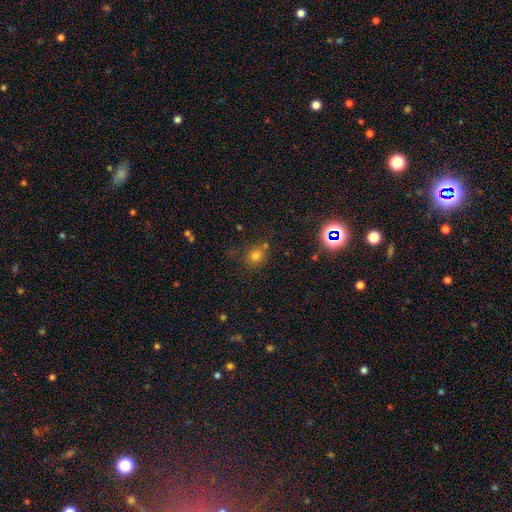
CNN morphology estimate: Smooth or featured?
  - smooth: 71% *
  - star or artifact: 20%
  - featured or disk: 8%
How rounded?
  - round: 70% *
  - in between: 29%
  - cigar-shaped: 1%
Merging?
  - none: 67% *
  - minor disturbance: 16%
  - merger: 11%
  - major disturbance: 6%